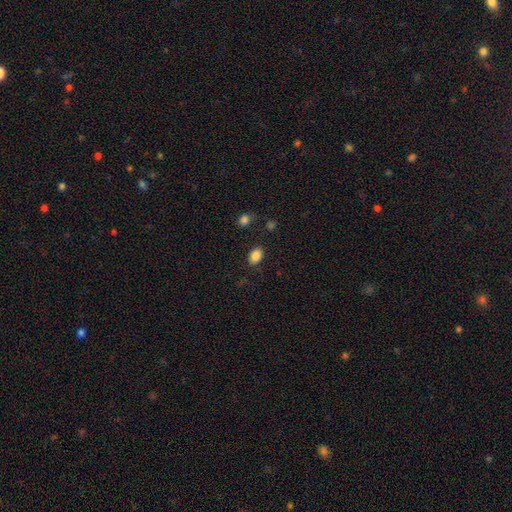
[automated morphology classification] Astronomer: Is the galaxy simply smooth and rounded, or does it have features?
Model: smooth — 86%.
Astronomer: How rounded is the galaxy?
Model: in between — 81%.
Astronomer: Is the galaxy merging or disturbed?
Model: none — 83%.